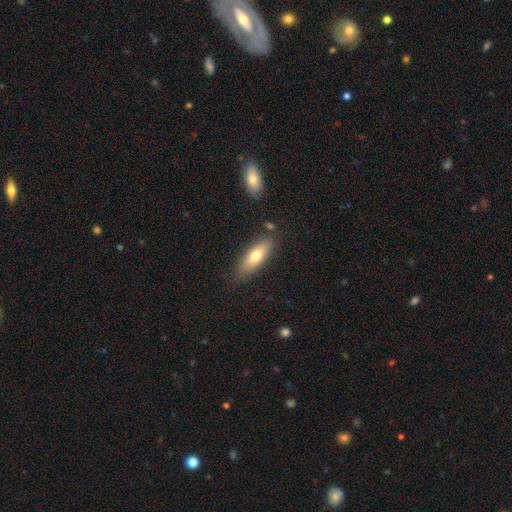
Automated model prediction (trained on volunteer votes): Smooth or featured?
  - smooth: 70% *
  - featured or disk: 23%
  - star or artifact: 7%
How rounded?
  - in between: 59% *
  - cigar-shaped: 38%
  - round: 2%
Merging?
  - none: 81% *
  - minor disturbance: 13%
  - merger: 3%
  - major disturbance: 3%